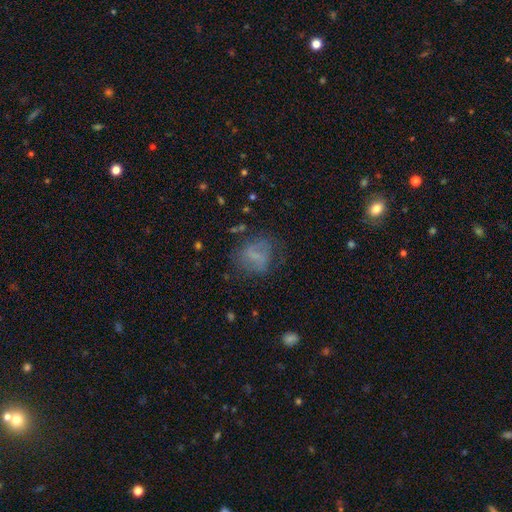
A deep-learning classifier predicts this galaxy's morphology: This is possibly a smooth galaxy (50%). Merging: possibly none (55%).